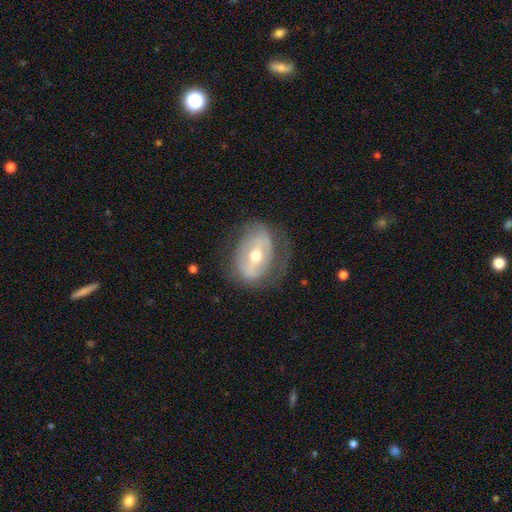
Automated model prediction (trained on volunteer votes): Smooth or featured? Predicted: featured or disk (p=0.70). Edge-on disk? Predicted: no (p=0.92). Bar? Predicted: strong (p=0.46). Spiral arms? Predicted: yes (p=0.51). Bulge size? Predicted: moderate (p=0.67). Merging? Predicted: none (p=0.61).